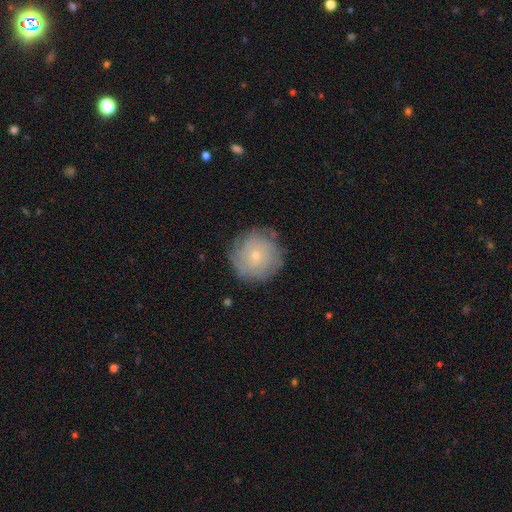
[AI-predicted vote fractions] A featured or disk galaxy (59%) with no bar (82%), spiral arms (83%) and a small central bulge (77%).

Vote fractions:
- Smooth or featured? featured or disk: 59% / smooth: 33% / star or artifact: 9%
- Edge-on disk? no: 97% / yes: 3%
- Bar? no: 82% / weak: 15% / strong: 3%
- Spiral arms? yes: 83% / no: 17%
- Bulge size? small: 77% / moderate: 20% / none: 1% / large: 1% / dominant: 1%
- Merging? none: 81% / minor disturbance: 14% / major disturbance: 4% / merger: 1%